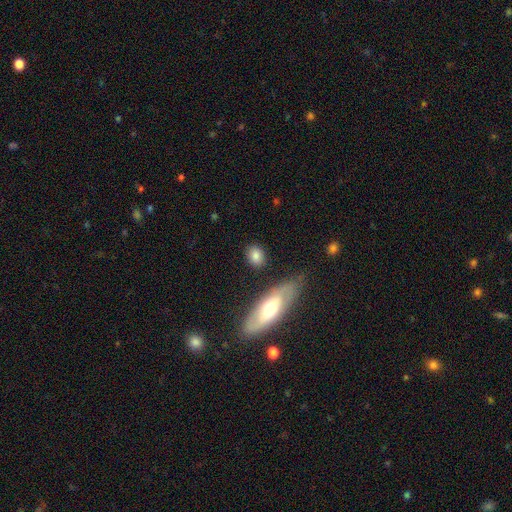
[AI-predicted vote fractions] smooth 81%, featured or disk 11%, star or artifact 8%. Down the decision tree: how rounded — in between (58%); merging — none (83%).